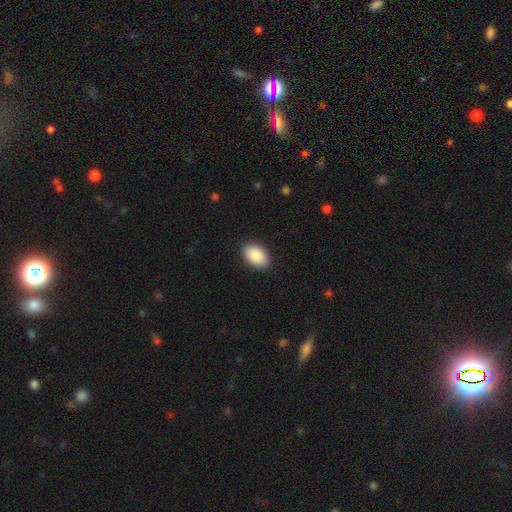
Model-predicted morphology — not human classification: The model was most divided on "how rounded": in between: 87%, round: 12%, cigar-shaped: 1%. More confident: merging — none (89%); smooth or featured — smooth (87%).